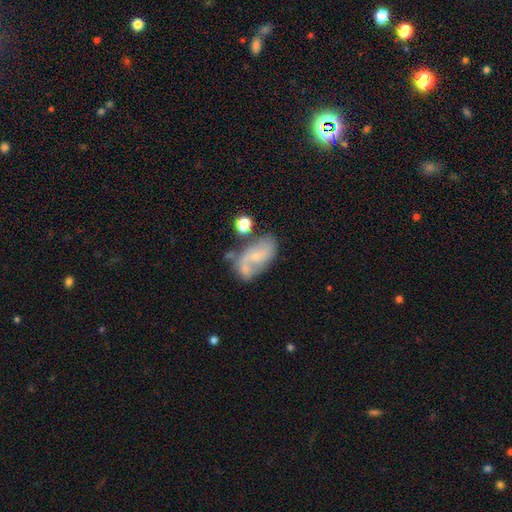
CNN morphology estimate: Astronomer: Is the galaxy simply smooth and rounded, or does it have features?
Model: featured or disk — 64%.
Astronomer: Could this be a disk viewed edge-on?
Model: no — 96%.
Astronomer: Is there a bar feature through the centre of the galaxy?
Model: no — 64%.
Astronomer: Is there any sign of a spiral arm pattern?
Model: yes — 80%.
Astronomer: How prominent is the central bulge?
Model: small — 76%.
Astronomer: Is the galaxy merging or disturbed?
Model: none — 44% (runner-up: minor disturbance, 24%).